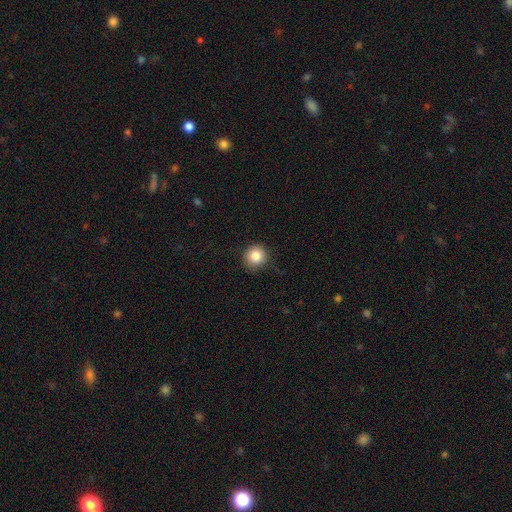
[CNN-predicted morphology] smooth 87%, star or artifact 9%, featured or disk 4%. Down the decision tree: how rounded — round (93%); merging — none (86%).